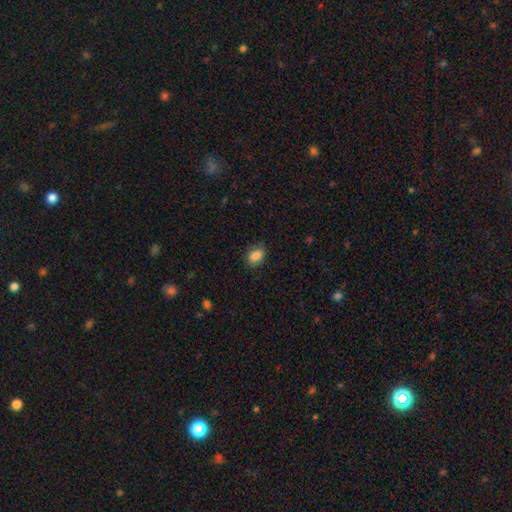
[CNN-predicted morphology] Smooth or featured?
  - smooth: 86% *
  - star or artifact: 8%
  - featured or disk: 6%
How rounded?
  - in between: 80% *
  - round: 19%
  - cigar-shaped: 1%
Merging?
  - none: 82% *
  - minor disturbance: 13%
  - major disturbance: 3%
  - merger: 1%